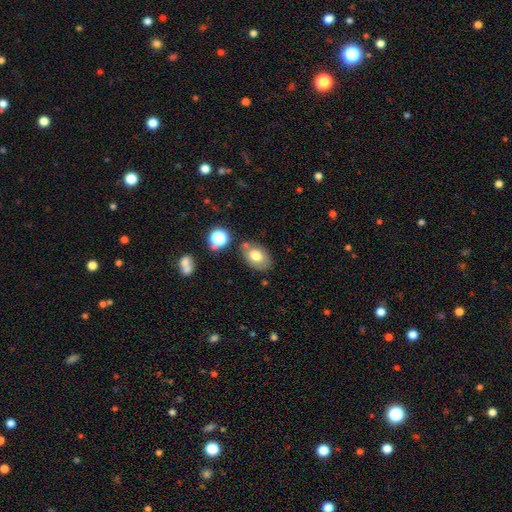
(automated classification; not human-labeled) Smooth or featured?
  - smooth: 73% *
  - featured or disk: 17%
  - star or artifact: 10%
How rounded?
  - in between: 80% *
  - round: 19%
  - cigar-shaped: 1%
Merging?
  - none: 68% *
  - minor disturbance: 17%
  - merger: 10%
  - major disturbance: 4%